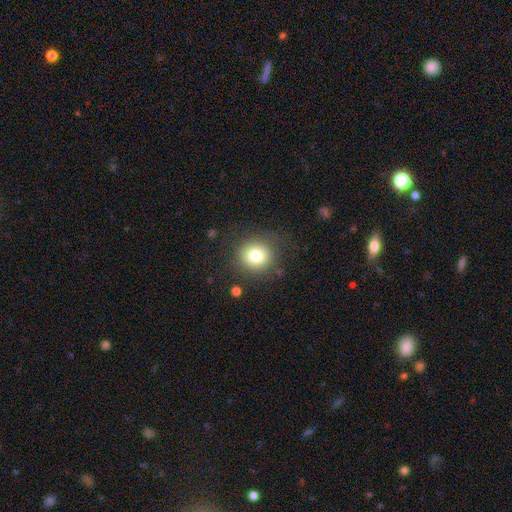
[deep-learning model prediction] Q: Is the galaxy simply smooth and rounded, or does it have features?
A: smooth — 78%.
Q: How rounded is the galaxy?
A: round — 89%.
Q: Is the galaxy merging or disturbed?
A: none — 83%.